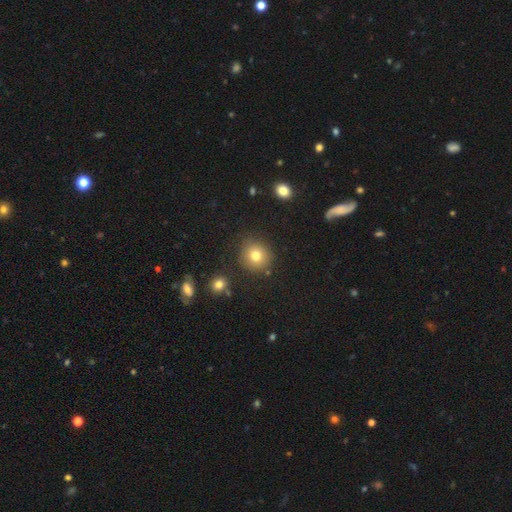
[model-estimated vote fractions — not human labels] Smooth or featured?
  - smooth: 77% *
  - star or artifact: 13%
  - featured or disk: 10%
How rounded?
  - round: 90% *
  - in between: 9%
  - cigar-shaped: 1%
Merging?
  - none: 86% *
  - minor disturbance: 8%
  - major disturbance: 3%
  - merger: 3%